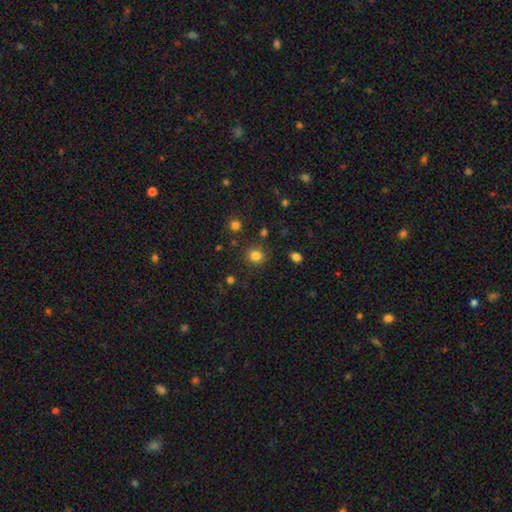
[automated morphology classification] Smooth or featured?
  - smooth: 82% *
  - star or artifact: 13%
  - featured or disk: 5%
How rounded?
  - round: 86% *
  - in between: 13%
  - cigar-shaped: 1%
Merging?
  - none: 85% *
  - minor disturbance: 8%
  - merger: 3%
  - major disturbance: 3%